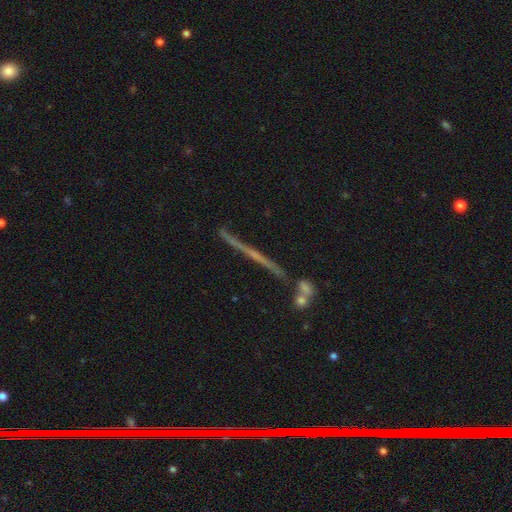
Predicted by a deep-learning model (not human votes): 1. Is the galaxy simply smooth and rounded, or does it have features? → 71% featured or disk, 18% smooth, 11% star or artifact.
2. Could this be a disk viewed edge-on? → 97% yes, 3% no.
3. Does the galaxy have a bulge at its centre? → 66% none, 28% rounded, 7% boxy.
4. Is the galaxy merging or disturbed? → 78% none, 10% minor disturbance, 9% merger, 3% major disturbance.